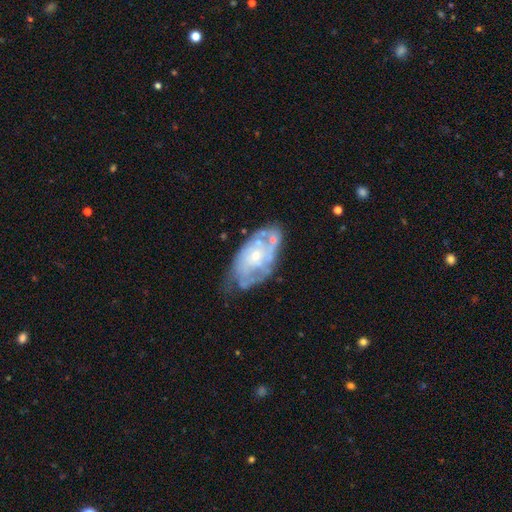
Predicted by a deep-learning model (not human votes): A featured or disk galaxy (71%) with no bar (81%), spiral arms (59%) and a small central bulge (65%).

Vote fractions:
- Smooth or featured? featured or disk: 71% / smooth: 22% / star or artifact: 7%
- Edge-on disk? no: 94% / yes: 6%
- Bar? no: 81% / weak: 16% / strong: 3%
- Spiral arms? yes: 59% / no: 41%
- Bulge size? small: 65% / moderate: 30% / none: 3% / large: 2% / dominant: 1%
- Merging? none: 48% / minor disturbance: 29% / major disturbance: 13% / merger: 9%